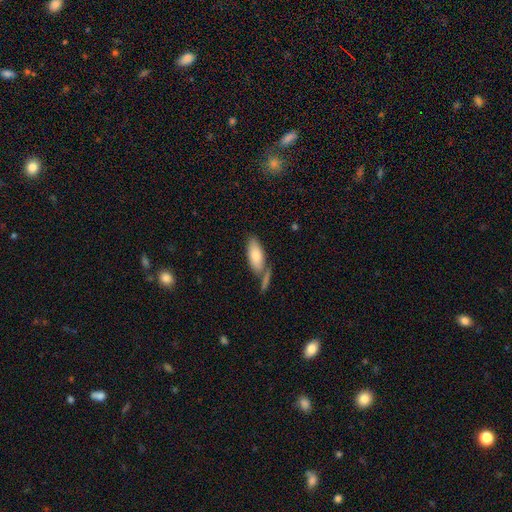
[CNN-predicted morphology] A smooth galaxy with no disk features (81%) that is in between round and cigar-shaped (82%). Merging: none (57%).